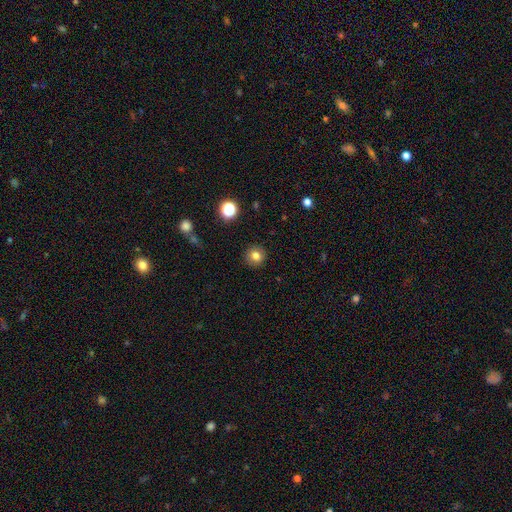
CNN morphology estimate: The model was most divided on "smooth or featured": smooth: 81%, star or artifact: 12%, featured or disk: 8%. More confident: how rounded — round (93%); merging — none (91%).